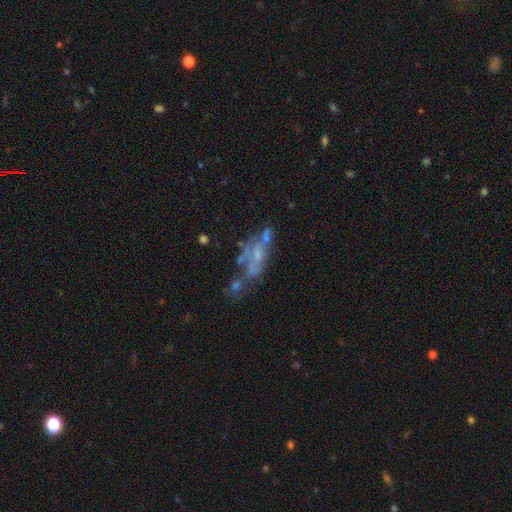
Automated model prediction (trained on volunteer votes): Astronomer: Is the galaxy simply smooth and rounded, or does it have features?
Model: featured or disk — 59%.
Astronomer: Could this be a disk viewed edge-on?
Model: no — 87%.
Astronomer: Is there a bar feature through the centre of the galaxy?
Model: no — 82%.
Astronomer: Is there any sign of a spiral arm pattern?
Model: no — 83%.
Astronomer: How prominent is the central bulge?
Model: none — 45% (runner-up: small, 35%).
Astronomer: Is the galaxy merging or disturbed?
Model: none — 30% (runner-up: merger, 28%).